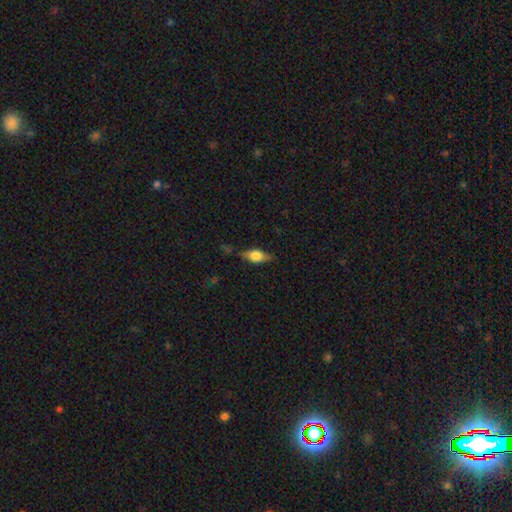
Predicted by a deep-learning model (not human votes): A smooth galaxy with no disk features (52%) that is in between round and cigar-shaped (72%).

Vote fractions:
- Smooth or featured? smooth: 52% / featured or disk: 40% / star or artifact: 8%
- How rounded? in between: 72% / cigar-shaped: 21% / round: 7%
- Merging? none: 72% / minor disturbance: 20% / major disturbance: 5% / merger: 3%